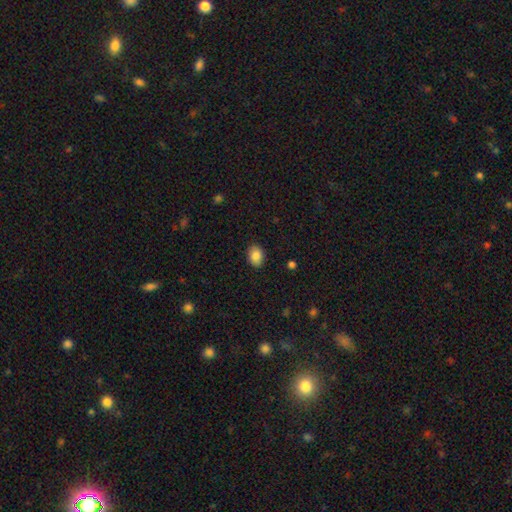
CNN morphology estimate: smooth-or-featured: smooth: 87% | star or artifact: 8% | featured or disk: 4%
  how-rounded: in between: 69% | round: 30% | cigar-shaped: 1%
  merging: none: 87% | minor disturbance: 10% | major disturbance: 2% | merger: 1%